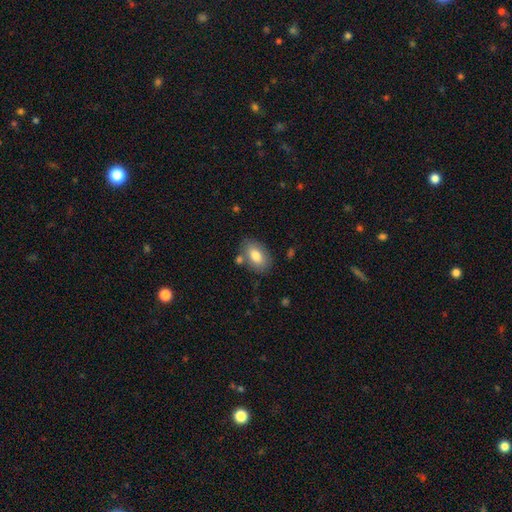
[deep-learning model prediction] Smooth or featured? smooth (78%)
How rounded? in between (88%)
Merging? none (73%)